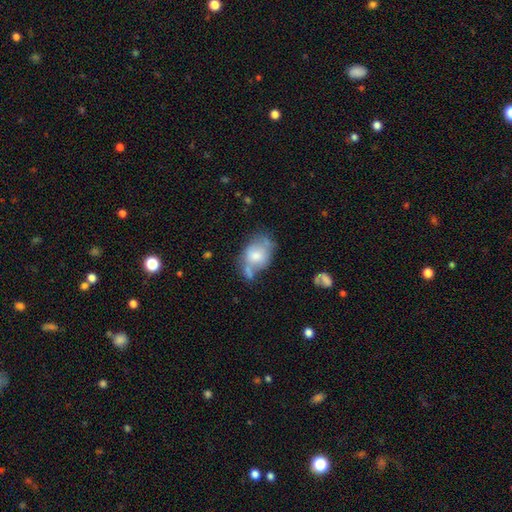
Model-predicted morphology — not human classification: Smooth or featured?
  - smooth: 60% *
  - featured or disk: 32%
  - star or artifact: 8%
How rounded?
  - in between: 75% *
  - round: 23%
  - cigar-shaped: 2%
Merging?
  - none: 36% *
  - minor disturbance: 28%
  - merger: 22%
  - major disturbance: 14%